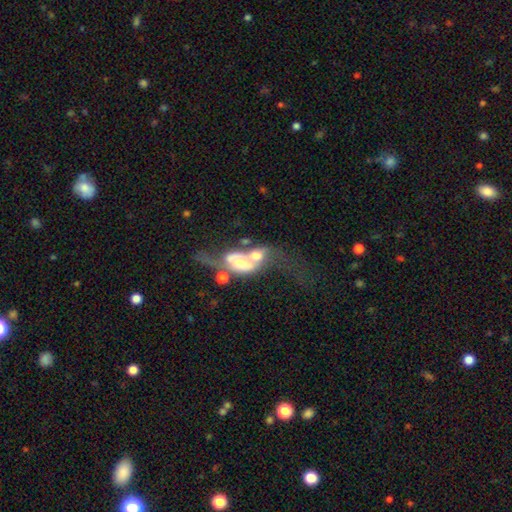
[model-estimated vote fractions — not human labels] Q: Smooth or featured?
A: featured or disk (59%); runner-up: smooth (32%)
Q: Edge-on disk?
A: no (92%); runner-up: yes (8%)
Q: Bar?
A: no (65%); runner-up: weak (23%)
Q: Spiral arms?
A: yes (52%); runner-up: no (48%)
Q: Bulge size?
A: moderate (42%); runner-up: large (24%)
Q: Merging?
A: merger (64%); runner-up: major disturbance (18%)